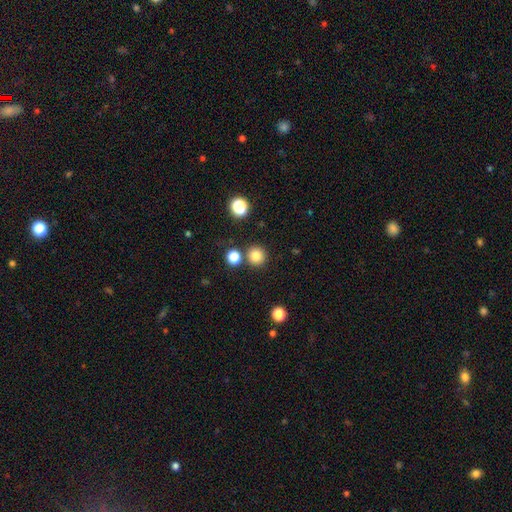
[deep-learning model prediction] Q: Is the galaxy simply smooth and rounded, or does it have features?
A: smooth — 82%.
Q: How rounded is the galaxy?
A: round — 94%.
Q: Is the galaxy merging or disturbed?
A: none — 84%.